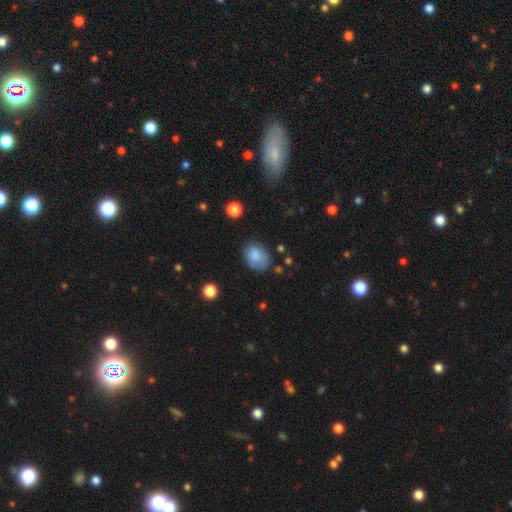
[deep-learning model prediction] Q: Smooth or featured?
A: smooth (80%); runner-up: featured or disk (11%)
Q: How rounded?
A: in between (61%); runner-up: round (38%)
Q: Merging?
A: none (63%); runner-up: minor disturbance (26%)